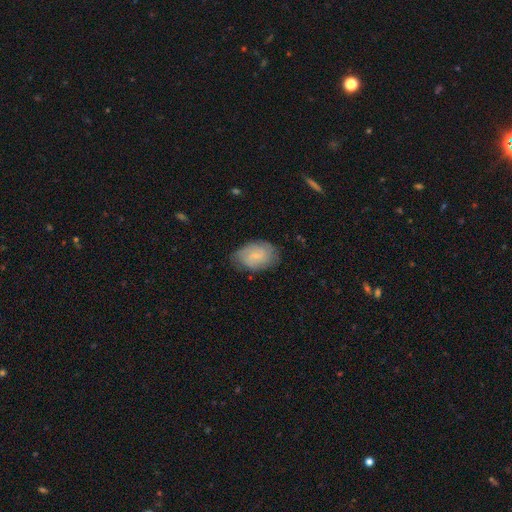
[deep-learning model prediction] A smooth galaxy with no disk features (46%, tied with featured or disk). Merging: none (70%).